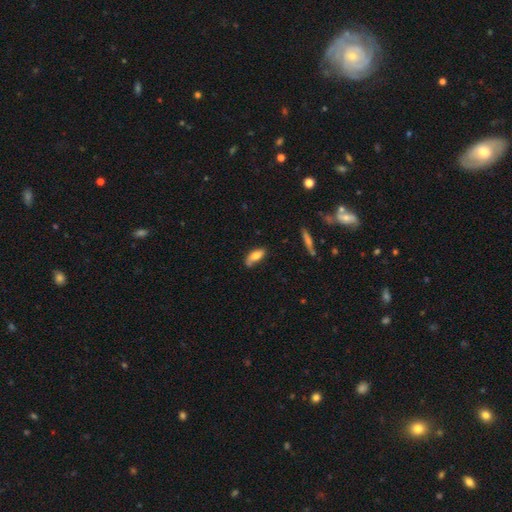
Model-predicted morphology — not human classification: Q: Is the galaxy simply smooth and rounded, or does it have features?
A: smooth — 75%.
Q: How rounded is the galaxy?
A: in between — 80%.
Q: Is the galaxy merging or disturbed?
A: none — 61%.